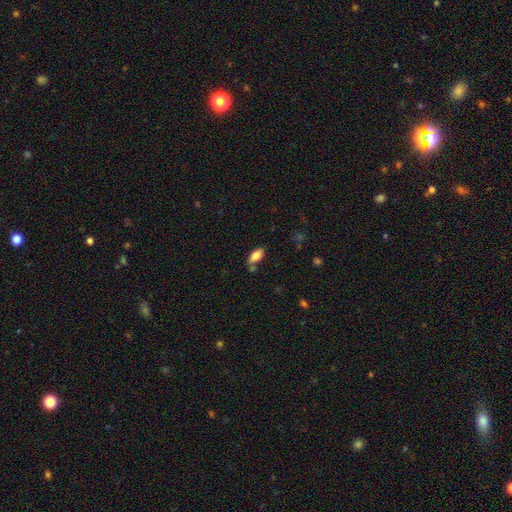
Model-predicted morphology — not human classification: Q: Smooth or featured?
A: smooth (80%); runner-up: featured or disk (12%)
Q: How rounded?
A: in between (88%); runner-up: cigar-shaped (9%)
Q: Merging?
A: none (65%); runner-up: minor disturbance (19%)